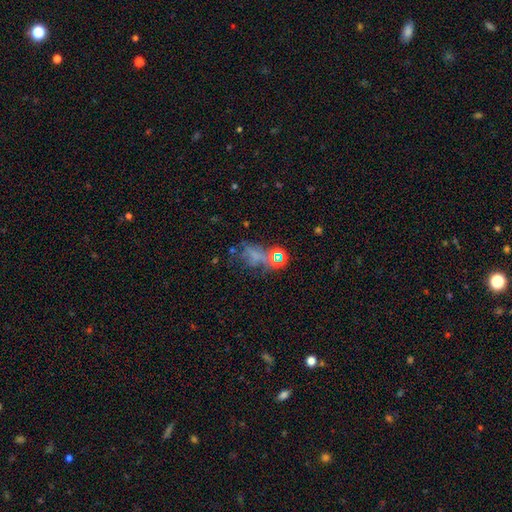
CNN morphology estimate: A star or artifact, not a galaxy (44%).